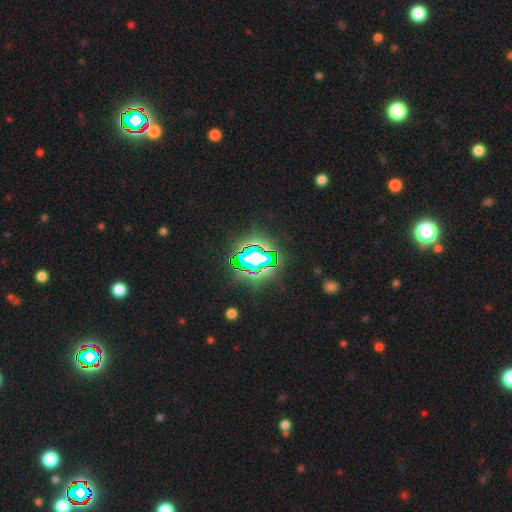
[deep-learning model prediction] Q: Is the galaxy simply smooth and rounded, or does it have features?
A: star or artifact — 84%.